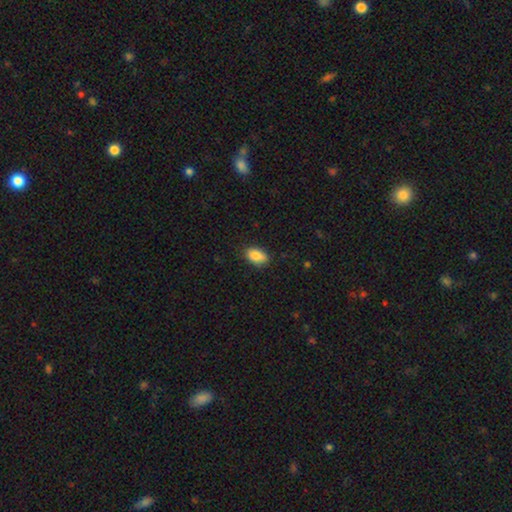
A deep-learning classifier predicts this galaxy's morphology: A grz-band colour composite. It shows a smooth galaxy with no disk features (85%) that is in between round and cigar-shaped (89%). Merging: none (80%).